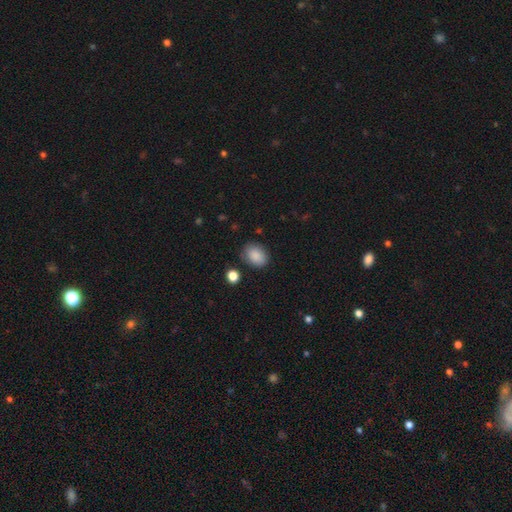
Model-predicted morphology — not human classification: A smooth galaxy with no disk features (87%) that is in between round and cigar-shaped (68%). Merging: none (80%).